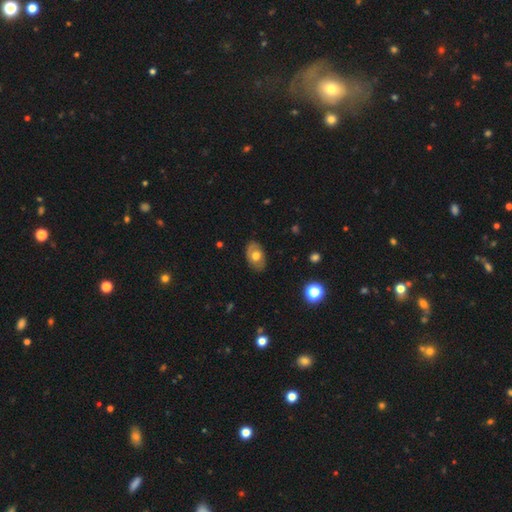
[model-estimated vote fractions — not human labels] This is possibly a smooth galaxy (58%). How rounded: clearly in between (85%). Merging: clearly none (82%).